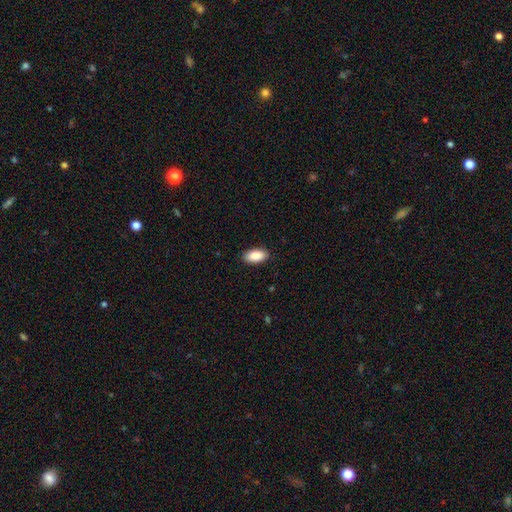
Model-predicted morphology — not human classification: Q: Smooth or featured?
A: smooth (89%); runner-up: star or artifact (6%)
Q: How rounded?
A: in between (93%); runner-up: cigar-shaped (5%)
Q: Merging?
A: none (89%); runner-up: minor disturbance (8%)